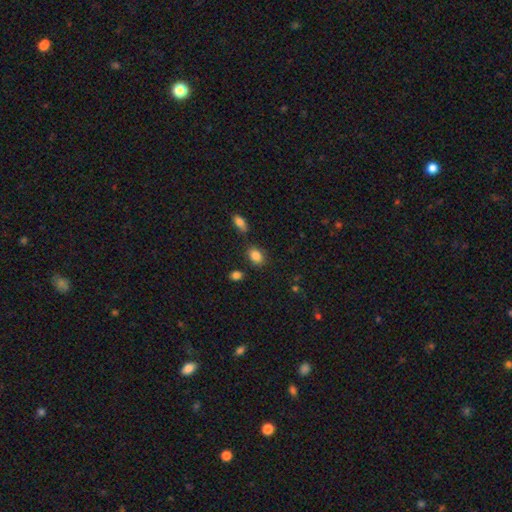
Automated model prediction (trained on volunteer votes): A smooth galaxy with no disk features (86%) that is in between round and cigar-shaped (75%).

Vote fractions:
- Smooth or featured? smooth: 86% / star or artifact: 9% / featured or disk: 5%
- How rounded? in between: 75% / round: 23% / cigar-shaped: 2%
- Merging? none: 76% / minor disturbance: 13% / merger: 7% / major disturbance: 4%